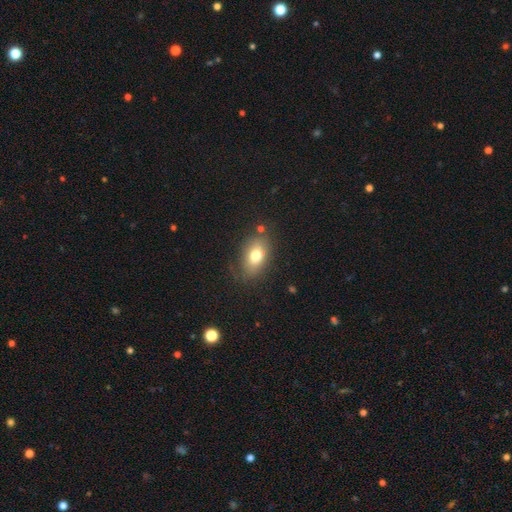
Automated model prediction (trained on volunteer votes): smooth 73%, featured or disk 17%, star or artifact 10%. Down the decision tree: how rounded — in between (83%); merging — none (74%).